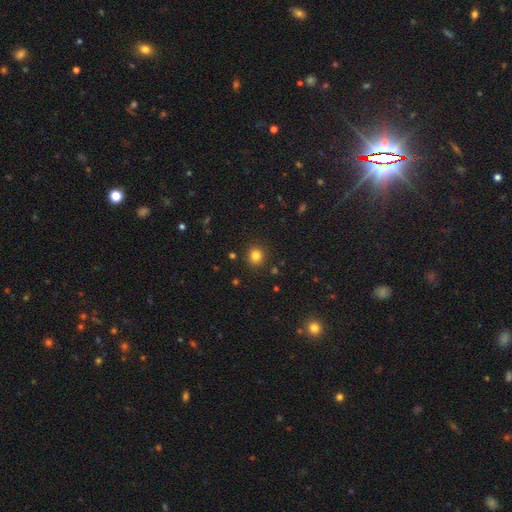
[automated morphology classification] smooth 82%, star or artifact 13%, featured or disk 5%. Down the decision tree: how rounded — round (86%); merging — none (90%).